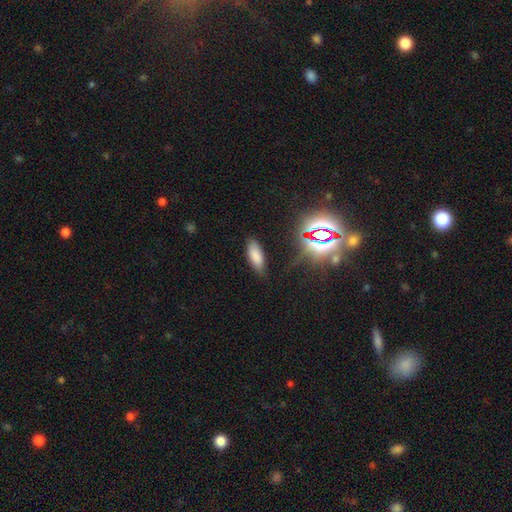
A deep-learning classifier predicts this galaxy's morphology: smooth-or-featured: smooth: 77% | star or artifact: 15% | featured or disk: 8%
  how-rounded: in between: 75% | cigar-shaped: 22% | round: 2%
  merging: none: 78% | minor disturbance: 16% | major disturbance: 4% | merger: 2%